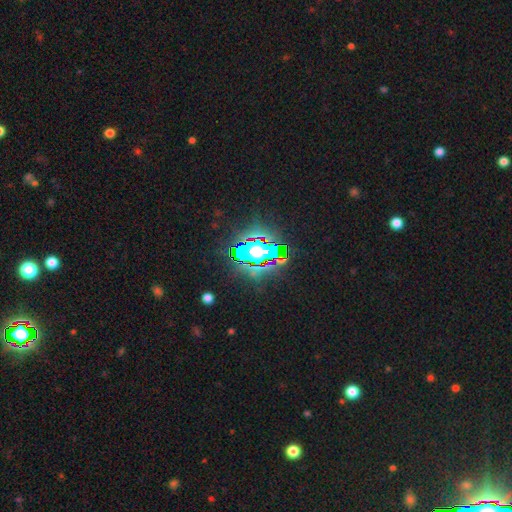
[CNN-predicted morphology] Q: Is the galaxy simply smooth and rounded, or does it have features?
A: star or artifact — 80%.